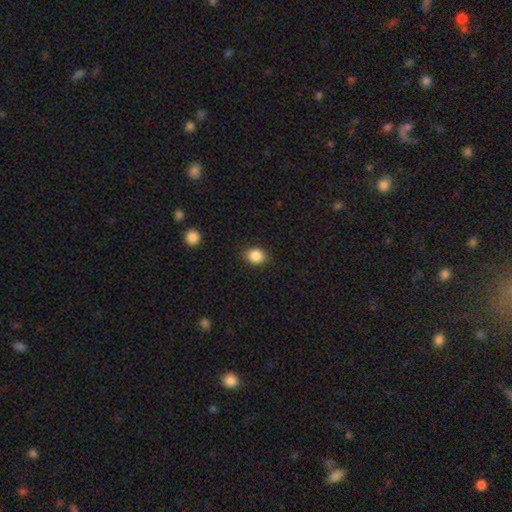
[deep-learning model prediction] This appears to be a smooth galaxy with no disk features (87%) that is round (58%). Merging: none (85%).